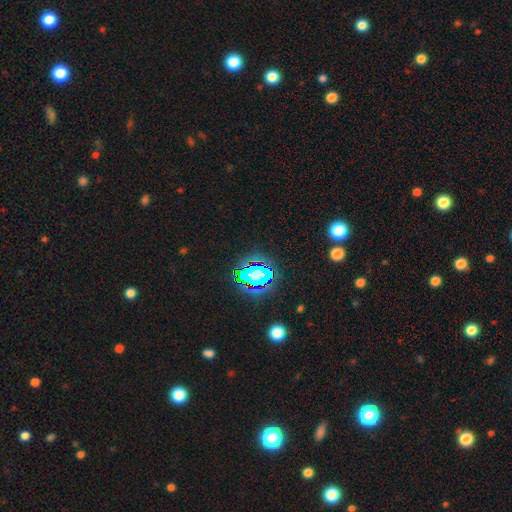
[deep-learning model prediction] smooth_or_featured: star or artifact (p=0.80) [alt: smooth p=0.13]